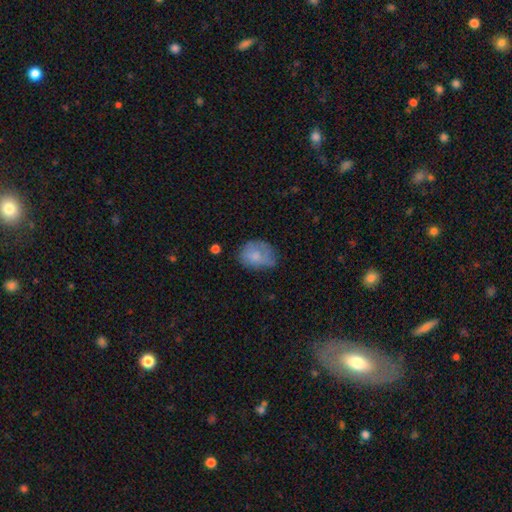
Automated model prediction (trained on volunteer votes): Smooth or featured?
  - smooth: 70% *
  - featured or disk: 22%
  - star or artifact: 8%
How rounded?
  - in between: 69% *
  - round: 30%
  - cigar-shaped: 1%
Merging?
  - none: 45% *
  - minor disturbance: 36%
  - major disturbance: 17%
  - merger: 3%